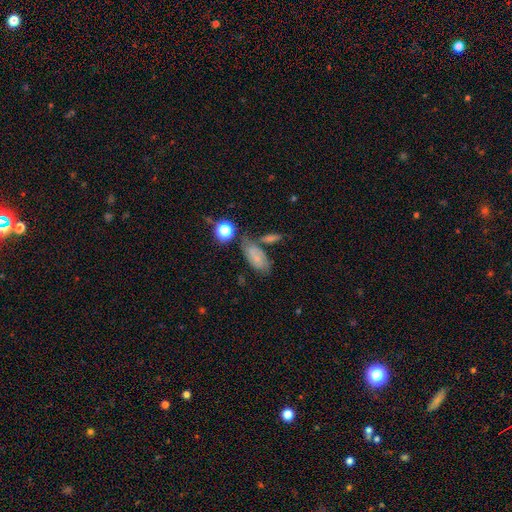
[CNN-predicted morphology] smooth_or_featured: smooth (p=0.55) [alt: featured or disk p=0.33]
how_rounded: in between (p=0.84) [alt: cigar-shaped p=0.09]
merging: none (p=0.55) [alt: minor disturbance p=0.19]